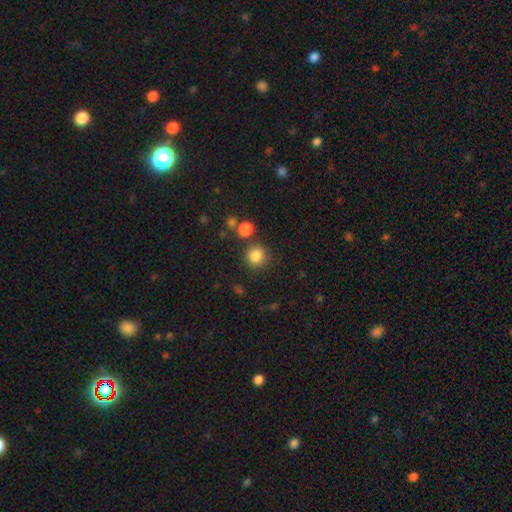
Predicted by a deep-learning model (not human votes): Smooth or featured: smooth — 84% (star or artifact — 11%)
How rounded: round — 91% (in between — 8%)
Merging: none — 79% (minor disturbance — 9%)